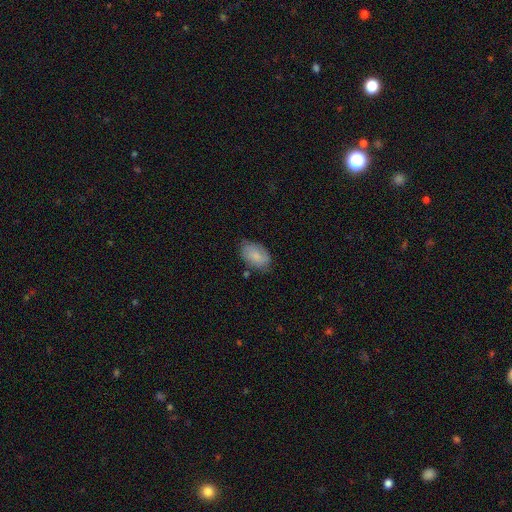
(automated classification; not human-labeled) Morphology: type=smooth (81%); roundness=in between (91%); merging=none (69%).